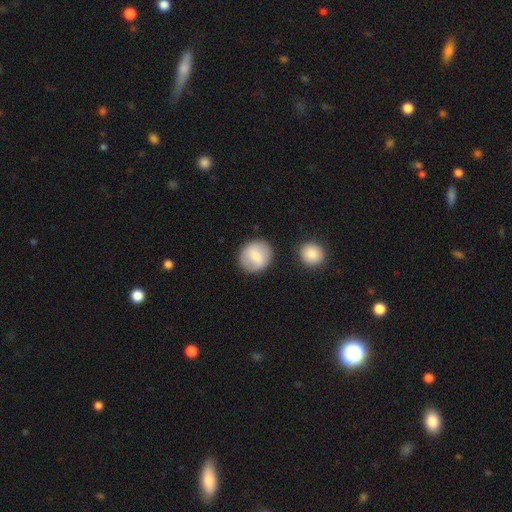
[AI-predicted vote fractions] Smooth or featured?
  - smooth: 69% *
  - featured or disk: 25%
  - star or artifact: 6%
How rounded?
  - round: 85% *
  - in between: 14%
  - cigar-shaped: 1%
Merging?
  - none: 81% *
  - minor disturbance: 11%
  - merger: 4%
  - major disturbance: 3%